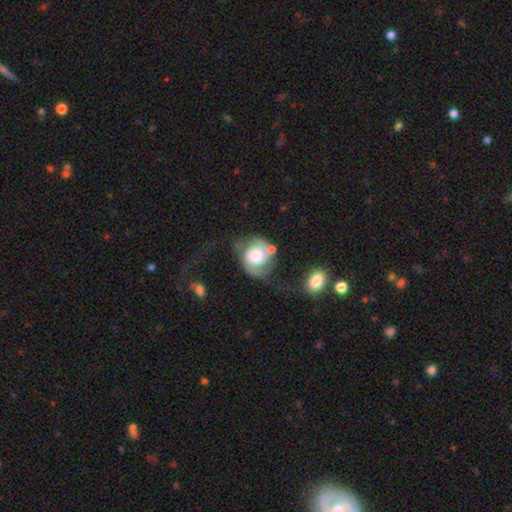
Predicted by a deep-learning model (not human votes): Smooth or featured? featured or disk (67%)
Edge-on disk? no (98%)
Bar? no (75%)
Spiral arms? yes (89%)
Spiral winding? medium (43%)
Spiral arm count? 2 (84%)
Bulge size? moderate (39%)
Merging? none (43%)